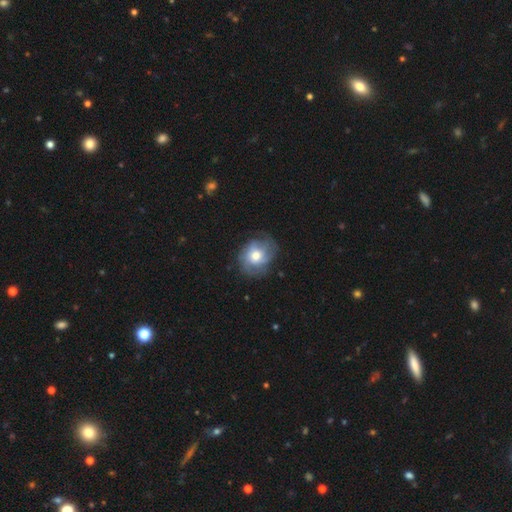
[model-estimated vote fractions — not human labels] A featured or disk galaxy (52%) with no bar (76%), spiral arms (73%) and a moderate central bulge (65%).

Vote fractions:
- Smooth or featured? featured or disk: 52% / smooth: 40% / star or artifact: 8%
- Edge-on disk? no: 97% / yes: 3%
- Bar? no: 76% / weak: 20% / strong: 3%
- Spiral arms? yes: 73% / no: 27%
- Bulge size? moderate: 65% / large: 21% / small: 11% / dominant: 2% / none: 1%
- Merging? none: 67% / minor disturbance: 20% / major disturbance: 11% / merger: 1%